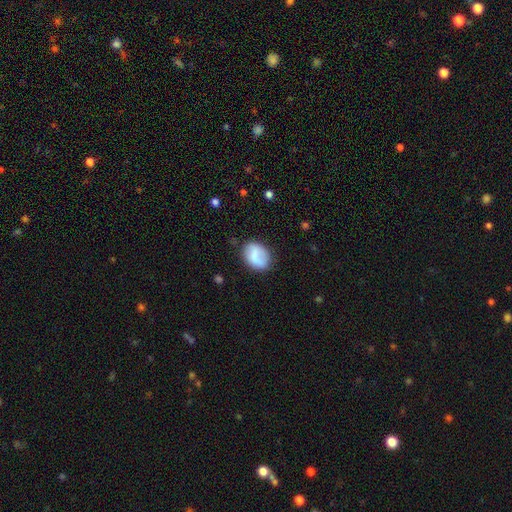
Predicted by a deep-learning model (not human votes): Smooth or featured? Predicted: smooth (p=0.74). How rounded? Predicted: in between (p=0.65). Merging? Predicted: none (p=0.74).